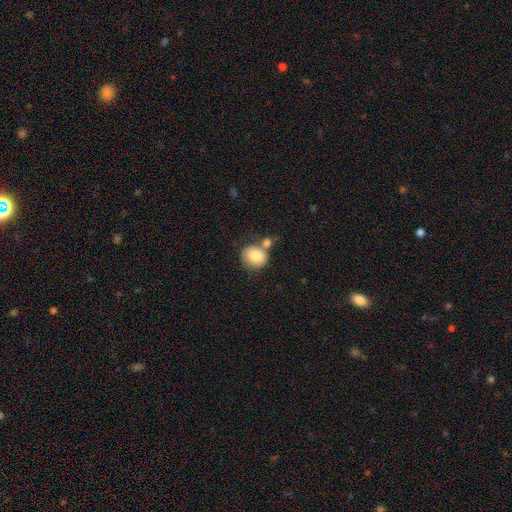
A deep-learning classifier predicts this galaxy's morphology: This is clearly a smooth galaxy (82%). How rounded: likely round (70%). Merging: possibly none (46%).